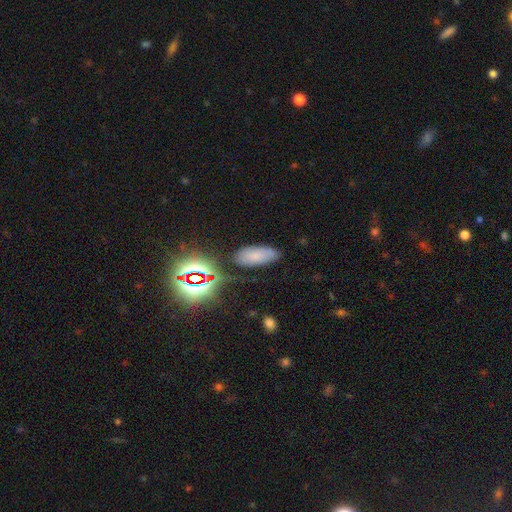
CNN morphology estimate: The model was most divided on "smooth or featured": smooth: 66%, star or artifact: 22%, featured or disk: 12%. More confident: how rounded — in between (87%); merging — none (77%).